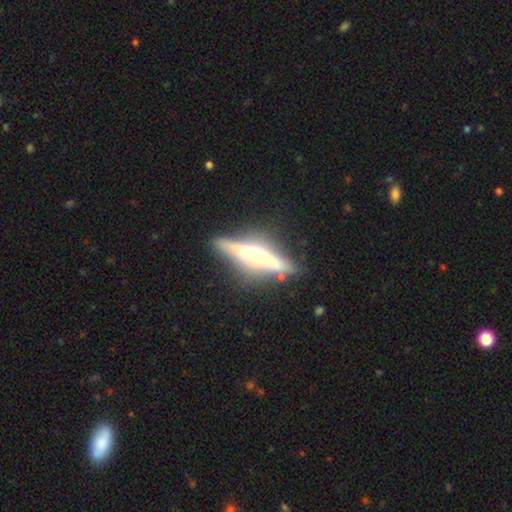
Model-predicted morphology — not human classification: Smooth or featured: featured or disk — 74% (smooth — 19%)
Edge-on disk: yes — 93% (no — 7%)
Edge-on bulge: rounded — 76% (boxy — 15%)
Merging: none — 80% (minor disturbance — 12%)